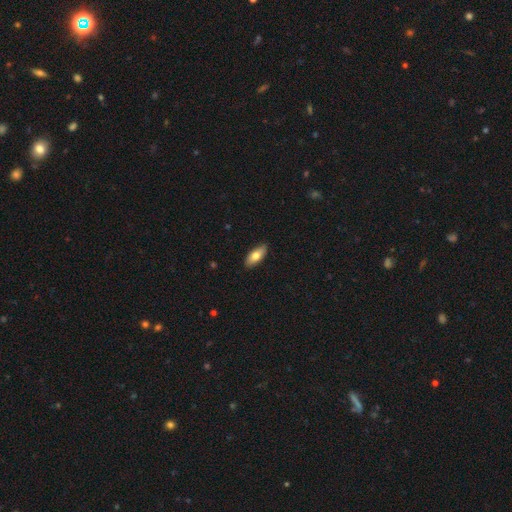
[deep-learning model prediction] Morphology: type=smooth (74%); roundness=in between (82%); merging=none (88%).